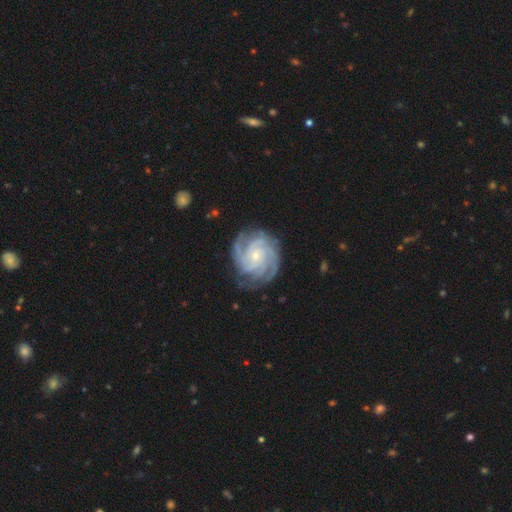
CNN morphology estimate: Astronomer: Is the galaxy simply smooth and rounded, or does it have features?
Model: featured or disk — 91%.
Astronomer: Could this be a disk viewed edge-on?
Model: no — 98%.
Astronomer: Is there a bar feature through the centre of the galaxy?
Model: no — 72%.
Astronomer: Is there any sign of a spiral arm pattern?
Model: yes — 98%.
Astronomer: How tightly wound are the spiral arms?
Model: tight — 71%.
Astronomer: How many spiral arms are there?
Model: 4 — 35% (runner-up: 3, 23%).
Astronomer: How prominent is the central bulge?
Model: small — 74%.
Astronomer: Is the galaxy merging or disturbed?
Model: none — 80%.